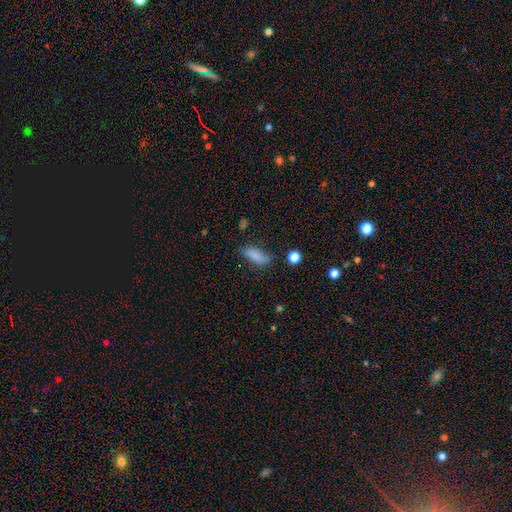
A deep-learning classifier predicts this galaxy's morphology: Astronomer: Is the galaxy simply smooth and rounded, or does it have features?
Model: smooth — 81%.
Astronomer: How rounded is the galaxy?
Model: in between — 73%.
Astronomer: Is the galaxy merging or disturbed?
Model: none — 68%.